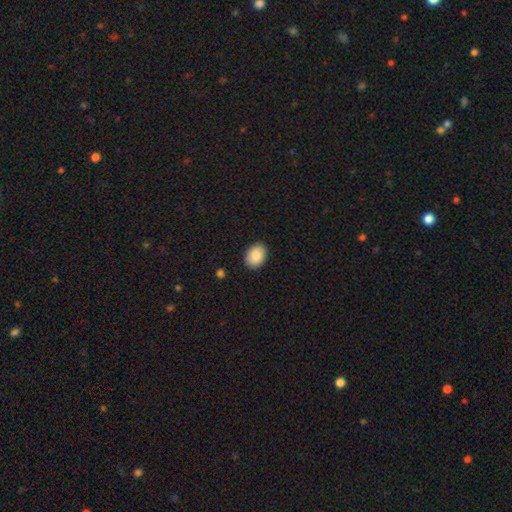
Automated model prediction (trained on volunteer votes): A smooth galaxy with no disk features (89%) that is in between round and cigar-shaped (75%). Merging: none (89%).